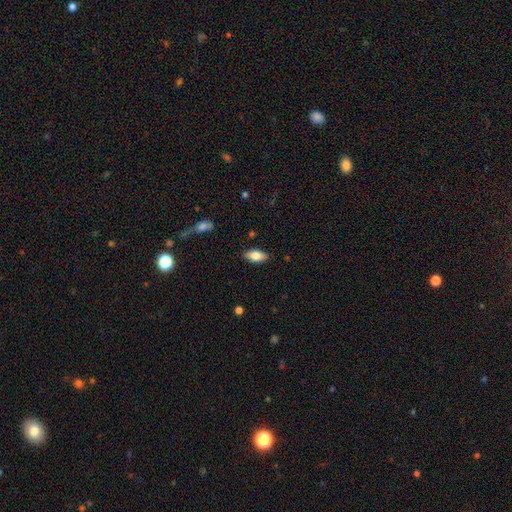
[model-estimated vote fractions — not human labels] A smooth galaxy with no disk features (77%) that is in between round and cigar-shaped (88%). Merging: none (87%).